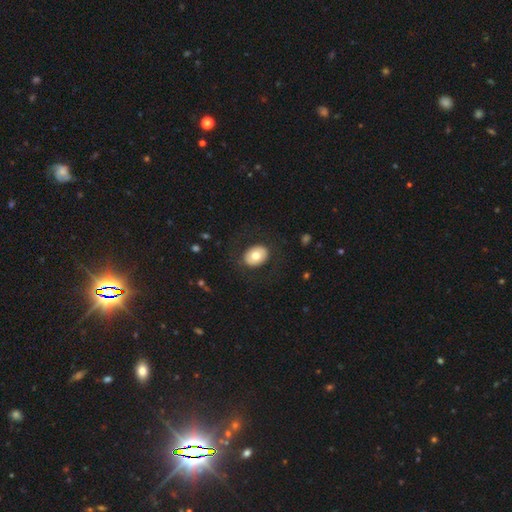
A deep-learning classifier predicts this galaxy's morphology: A smooth galaxy with no disk features (70%) that is in between round and cigar-shaped (62%).

Vote fractions:
- Smooth or featured? smooth: 70% / featured or disk: 23% / star or artifact: 7%
- How rounded? in between: 62% / round: 37% / cigar-shaped: 1%
- Merging? none: 82% / minor disturbance: 10% / major disturbance: 7% / merger: 1%